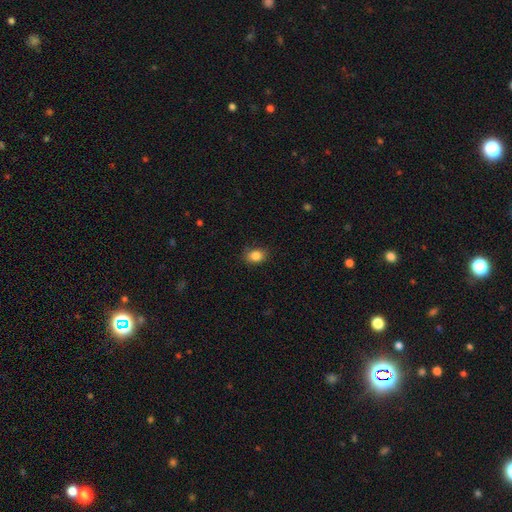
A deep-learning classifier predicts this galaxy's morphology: This appears to be a smooth galaxy with no disk features (85%) that is in between round and cigar-shaped (65%). Merging: none (84%).